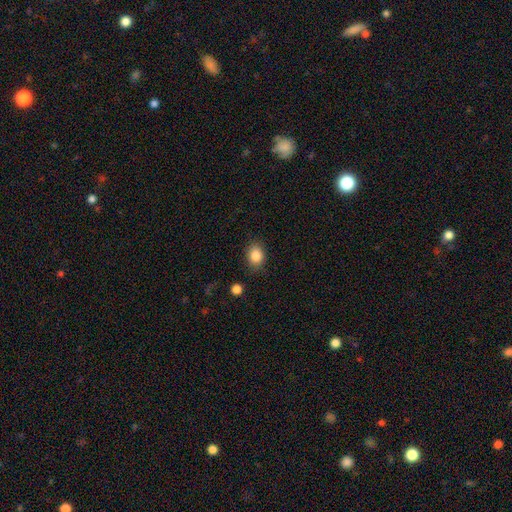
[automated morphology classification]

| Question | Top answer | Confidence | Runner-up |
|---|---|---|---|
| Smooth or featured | smooth | 85% | star or artifact (9%) |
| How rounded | in between | 59% | round (40%) |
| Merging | none | 82% | minor disturbance (13%) |